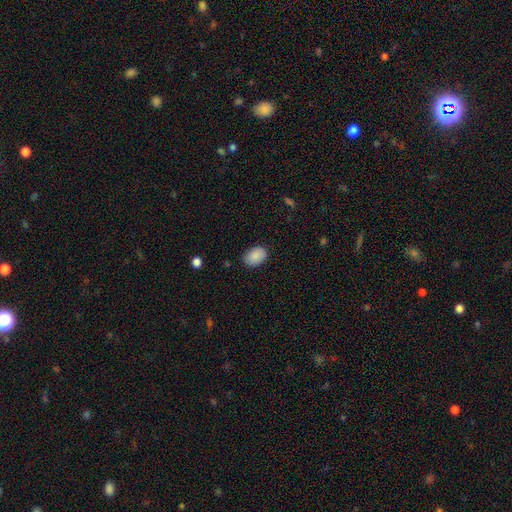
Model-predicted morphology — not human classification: Q: Smooth or featured?
A: smooth (89%); runner-up: star or artifact (7%)
Q: How rounded?
A: in between (84%); runner-up: round (15%)
Q: Merging?
A: none (86%); runner-up: minor disturbance (11%)